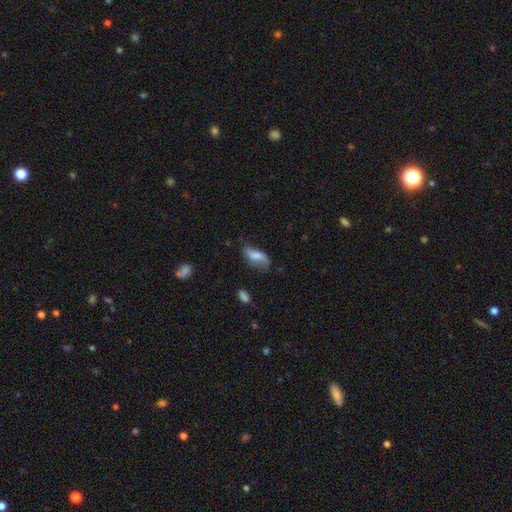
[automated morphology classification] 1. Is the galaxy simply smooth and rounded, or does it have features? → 58% smooth, 33% featured or disk, 8% star or artifact.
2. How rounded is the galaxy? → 82% in between, 14% cigar-shaped, 3% round.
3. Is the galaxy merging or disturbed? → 49% none, 32% minor disturbance, 15% major disturbance, 3% merger.